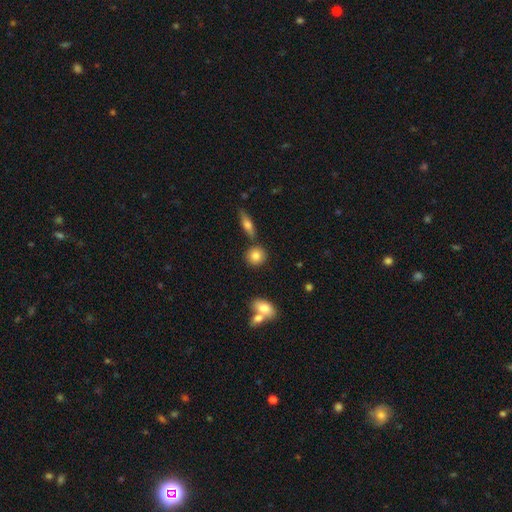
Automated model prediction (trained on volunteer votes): Smooth or featured? smooth (83%)
How rounded? round (80%)
Merging? none (77%)